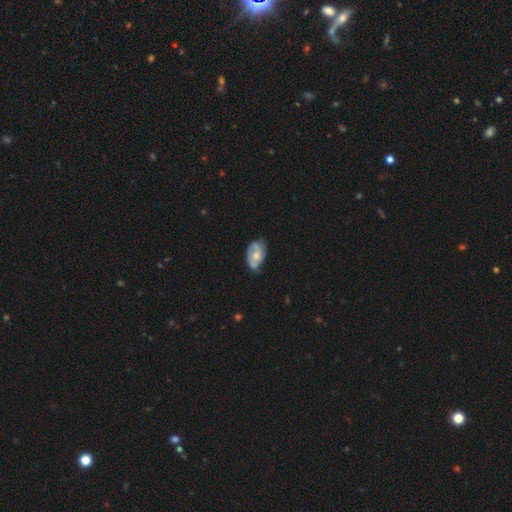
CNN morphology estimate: featured or disk 49%, smooth 44%, star or artifact 7%. Down the decision tree: merging — none (52%).